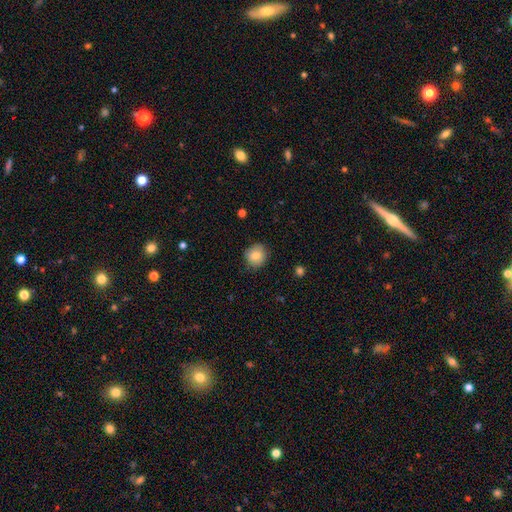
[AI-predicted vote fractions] This is clearly a smooth galaxy (82%). How rounded: clearly round (86%). Merging: clearly none (84%).